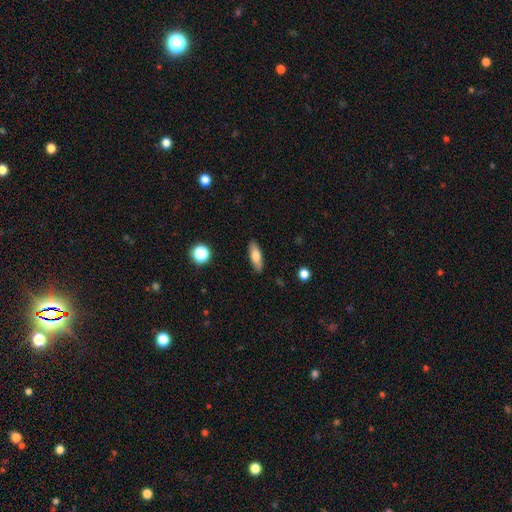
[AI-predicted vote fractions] Q: Smooth or featured?
A: smooth (74%); runner-up: featured or disk (19%)
Q: How rounded?
A: in between (57%); runner-up: cigar-shaped (40%)
Q: Merging?
A: none (88%); runner-up: minor disturbance (9%)